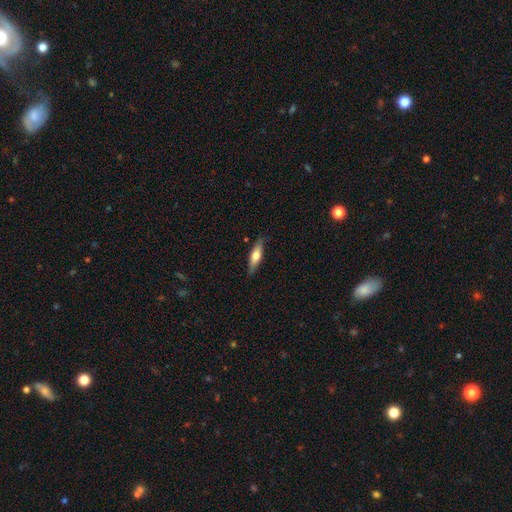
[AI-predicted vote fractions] A smooth galaxy with no disk features (56%) that is cigar-shaped (64%). Merging: none (86%).